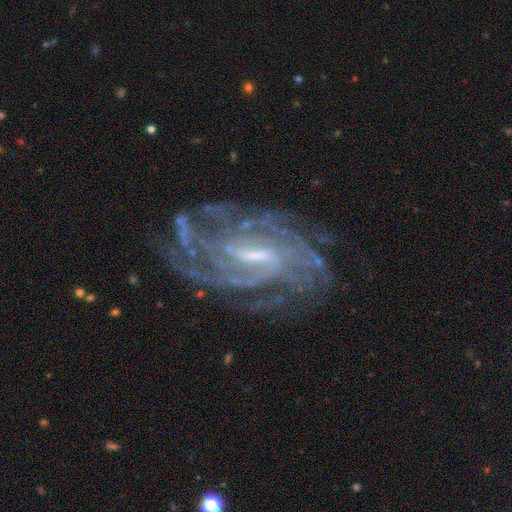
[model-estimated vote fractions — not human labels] This appears to be a featured or disk galaxy (89%) with a weak bar (49%), tight (52%) spiral arms (96%) and a small central bulge (44%). Merging: none (63%).